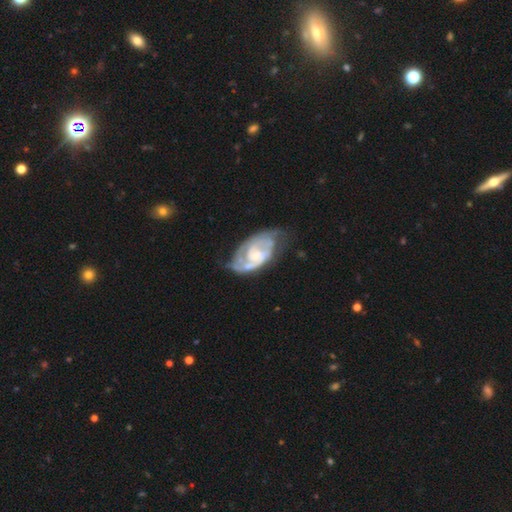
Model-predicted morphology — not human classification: This appears to be a featured or disk galaxy (84%) with no bar (52%), 2 (64%) tight (45%) spiral arms (93%) and a small central bulge (55%). Merging: none (49%).